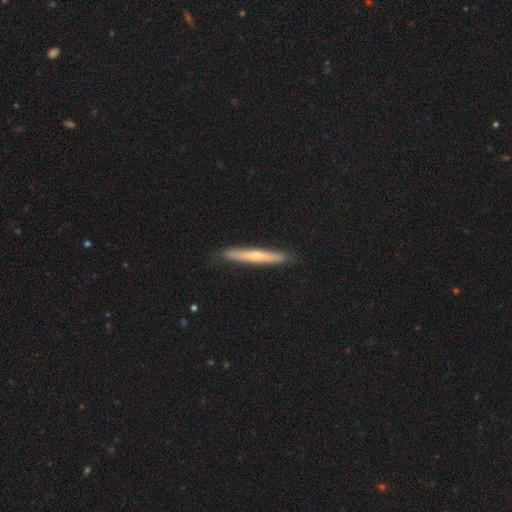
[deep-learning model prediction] Smooth or featured? Predicted: featured or disk (p=0.50). Merging? Predicted: none (p=0.89).